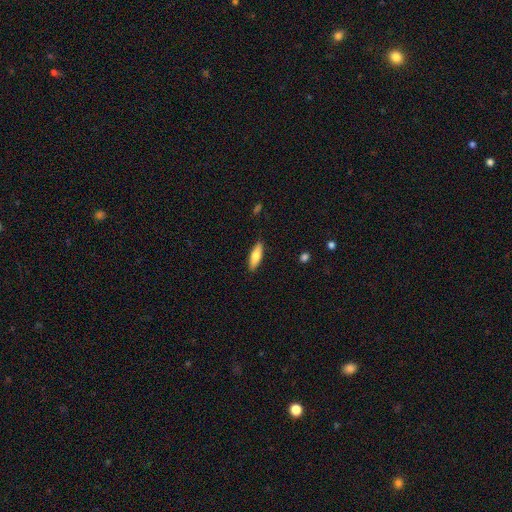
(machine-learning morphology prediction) This appears to be a smooth galaxy with no disk features (74%) that is in between round and cigar-shaped (52%). Merging: none (88%).